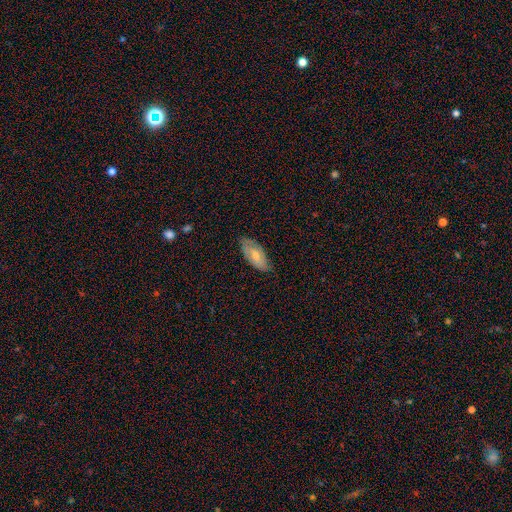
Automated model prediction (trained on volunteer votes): Smooth or featured?
  - smooth: 63% *
  - featured or disk: 31%
  - star or artifact: 6%
How rounded?
  - in between: 89% *
  - cigar-shaped: 9%
  - round: 2%
Merging?
  - none: 74% *
  - minor disturbance: 21%
  - major disturbance: 4%
  - merger: 1%